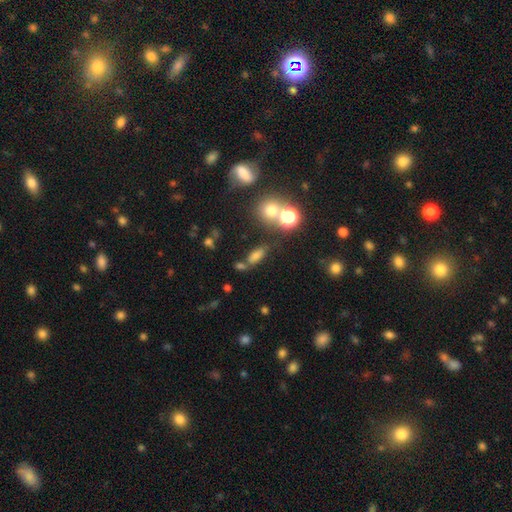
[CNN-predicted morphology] This is likely a smooth galaxy (65%). How rounded: likely in between (69%). Merging: likely none (62%).